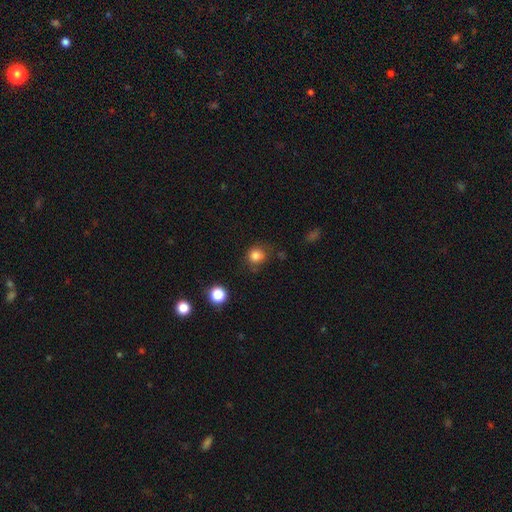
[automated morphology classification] smooth_or_featured: smooth (p=0.83) [alt: star or artifact p=0.12]
how_rounded: round (p=0.82) [alt: in between p=0.17]
merging: none (p=0.72) [alt: minor disturbance p=0.18]